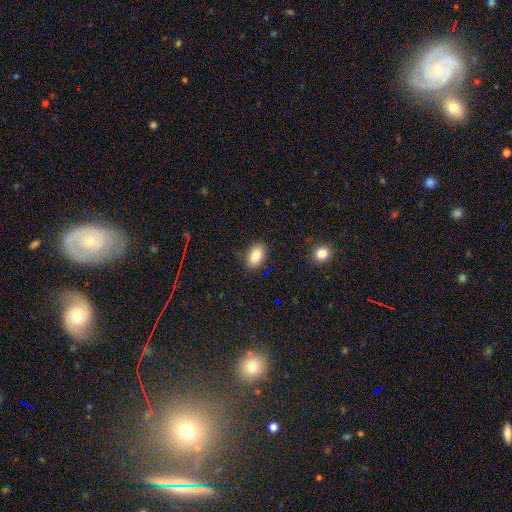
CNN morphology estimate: Smooth or featured? Predicted: smooth (p=0.85). How rounded? Predicted: in between (p=0.89). Merging? Predicted: none (p=0.85).